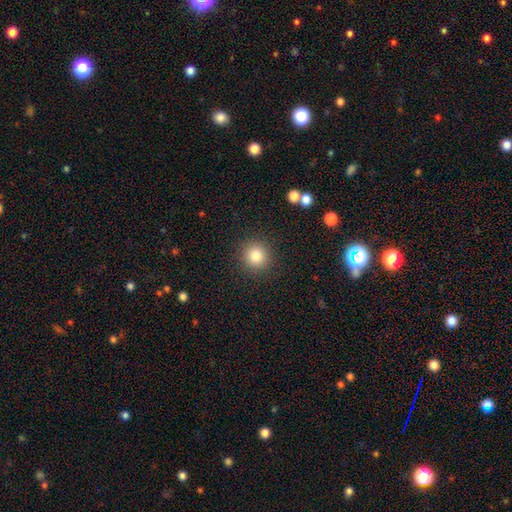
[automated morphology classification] Smooth or featured?
  - smooth: 82% *
  - star or artifact: 12%
  - featured or disk: 6%
How rounded?
  - round: 94% *
  - in between: 6%
  - cigar-shaped: 1%
Merging?
  - none: 91% *
  - minor disturbance: 6%
  - major disturbance: 2%
  - merger: 1%